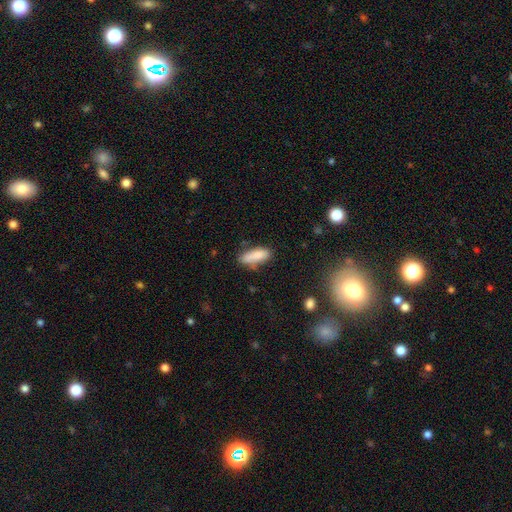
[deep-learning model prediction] A smooth galaxy with no disk features (84%) that is in between round and cigar-shaped (59%).

Vote fractions:
- Smooth or featured? smooth: 84% / featured or disk: 9% / star or artifact: 7%
- How rounded? in between: 59% / cigar-shaped: 39% / round: 2%
- Merging? none: 65% / minor disturbance: 23% / merger: 6% / major disturbance: 6%